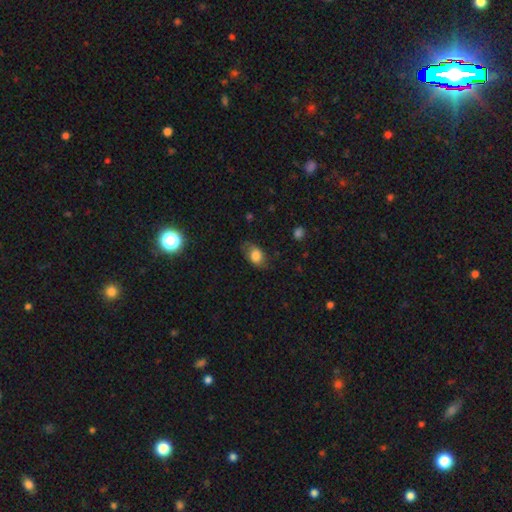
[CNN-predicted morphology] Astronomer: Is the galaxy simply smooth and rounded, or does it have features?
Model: smooth — 73%.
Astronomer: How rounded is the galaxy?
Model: in between — 78%.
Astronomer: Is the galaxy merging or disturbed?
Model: none — 63%.